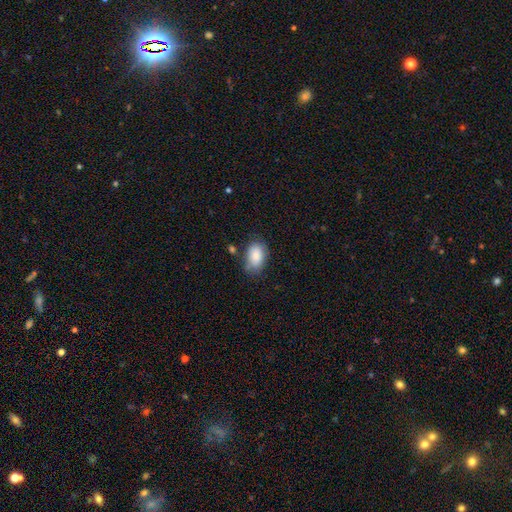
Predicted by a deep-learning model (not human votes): Smooth or featured?
  - smooth: 86% *
  - star or artifact: 7%
  - featured or disk: 7%
How rounded?
  - in between: 89% *
  - round: 10%
  - cigar-shaped: 1%
Merging?
  - none: 68% *
  - minor disturbance: 22%
  - major disturbance: 5%
  - merger: 4%